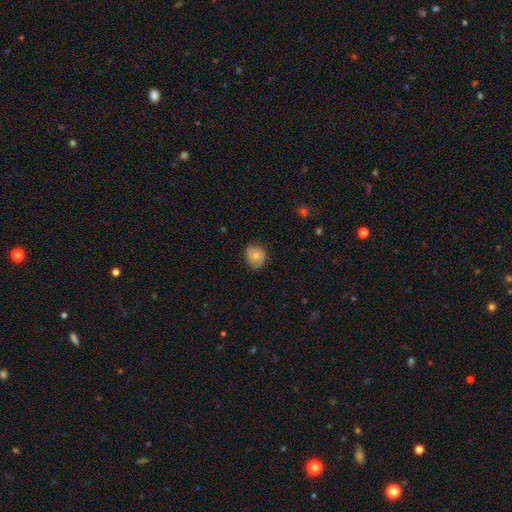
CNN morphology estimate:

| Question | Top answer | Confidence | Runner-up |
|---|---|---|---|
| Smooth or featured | smooth | 55% | featured or disk (37%) |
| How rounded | round | 73% | in between (26%) |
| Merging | none | 69% | minor disturbance (24%) |